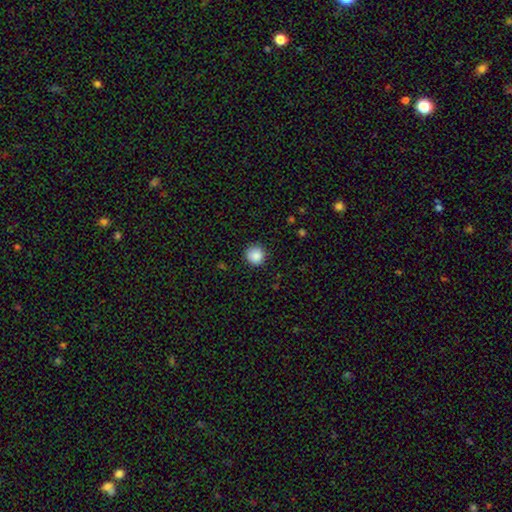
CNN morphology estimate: Smooth or featured?
  - smooth: 87% *
  - star or artifact: 9%
  - featured or disk: 4%
How rounded?
  - round: 94% *
  - in between: 5%
  - cigar-shaped: 1%
Merging?
  - none: 88% *
  - minor disturbance: 9%
  - major disturbance: 2%
  - merger: 1%